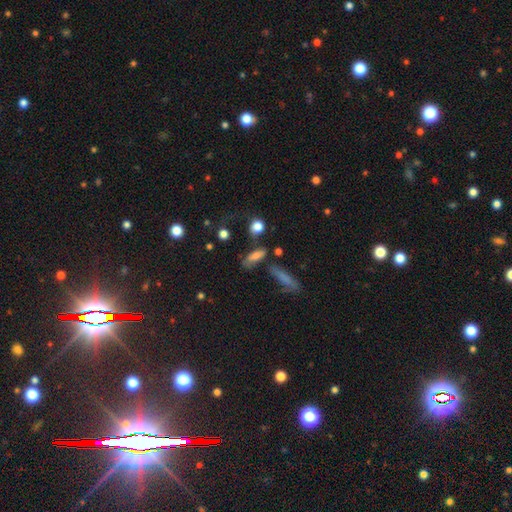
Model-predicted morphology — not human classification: Q: Smooth or featured?
A: smooth (70%); runner-up: featured or disk (18%)
Q: How rounded?
A: in between (55%); runner-up: cigar-shaped (36%)
Q: Merging?
A: none (54%); runner-up: minor disturbance (22%)